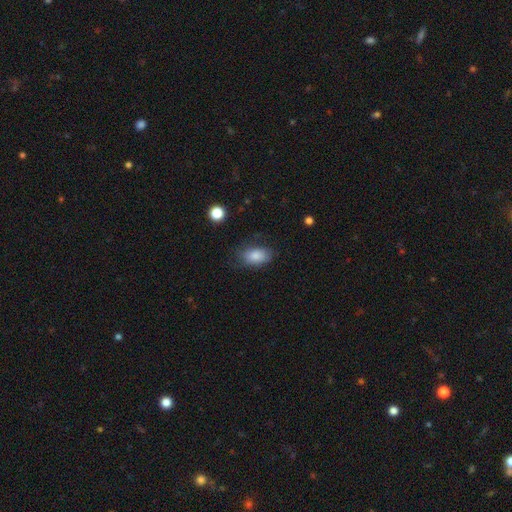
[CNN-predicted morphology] Q: Smooth or featured?
A: smooth (82%); runner-up: featured or disk (10%)
Q: How rounded?
A: in between (90%); runner-up: round (7%)
Q: Merging?
A: none (70%); runner-up: minor disturbance (21%)